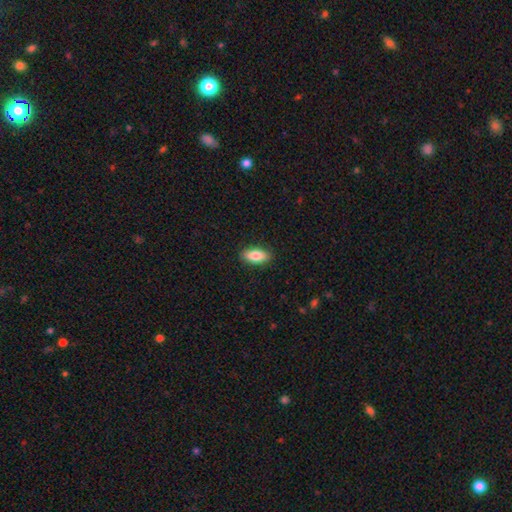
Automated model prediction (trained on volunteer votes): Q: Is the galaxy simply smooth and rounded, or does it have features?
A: smooth — 84%.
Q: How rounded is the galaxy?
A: in between — 85%.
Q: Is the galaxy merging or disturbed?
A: none — 90%.